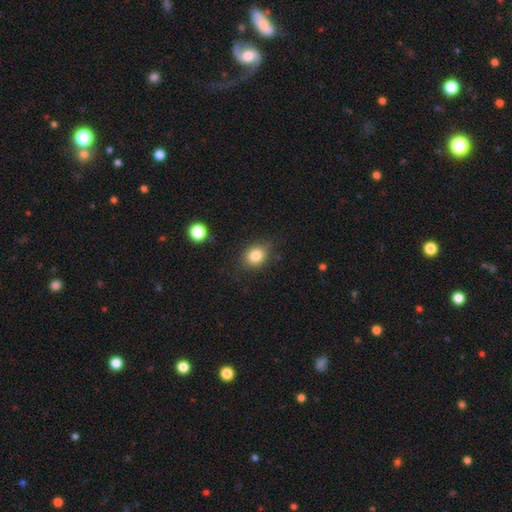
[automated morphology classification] A smooth galaxy with no disk features (83%) that is round (53%).

Vote fractions:
- Smooth or featured? smooth: 83% / star or artifact: 10% / featured or disk: 6%
- How rounded? round: 53% / in between: 46% / cigar-shaped: 1%
- Merging? none: 82% / minor disturbance: 13% / major disturbance: 3% / merger: 2%